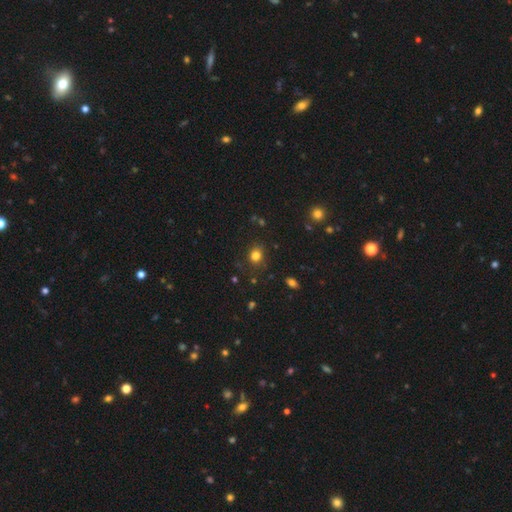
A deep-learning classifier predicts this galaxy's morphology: smooth_or_featured: smooth (p=0.80) [alt: star or artifact p=0.14]
how_rounded: round (p=0.65) [alt: in between p=0.34]
merging: none (p=0.81) [alt: minor disturbance p=0.13]